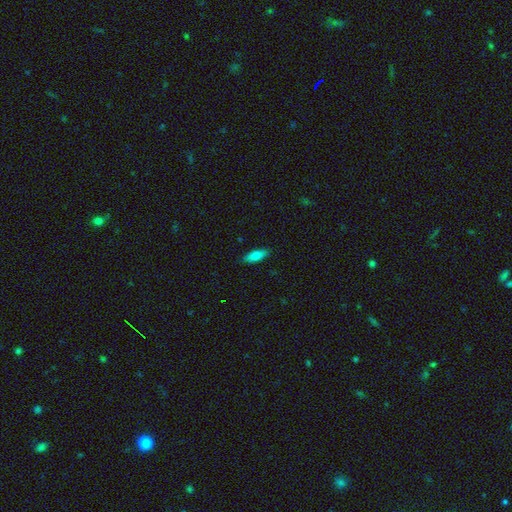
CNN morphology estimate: This is likely a smooth galaxy (77%). How rounded: likely in between (67%). Merging: clearly none (88%).